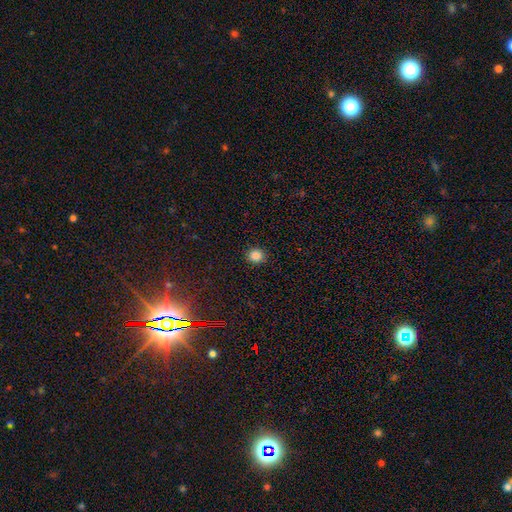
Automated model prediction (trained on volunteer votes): A smooth galaxy with no disk features (84%) that is round (86%).

Vote fractions:
- Smooth or featured? smooth: 84% / star or artifact: 12% / featured or disk: 4%
- How rounded? round: 86% / in between: 13% / cigar-shaped: 1%
- Merging? none: 91% / minor disturbance: 6% / major disturbance: 2% / merger: 1%